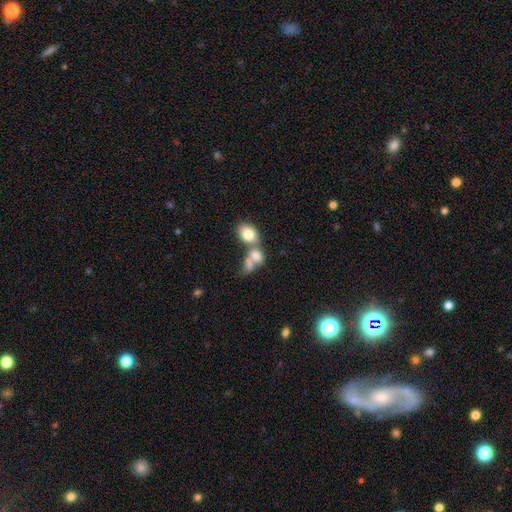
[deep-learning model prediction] This appears to be a smooth galaxy with no disk features (72%) that is in between round and cigar-shaped (71%). Merging: merger (64%).